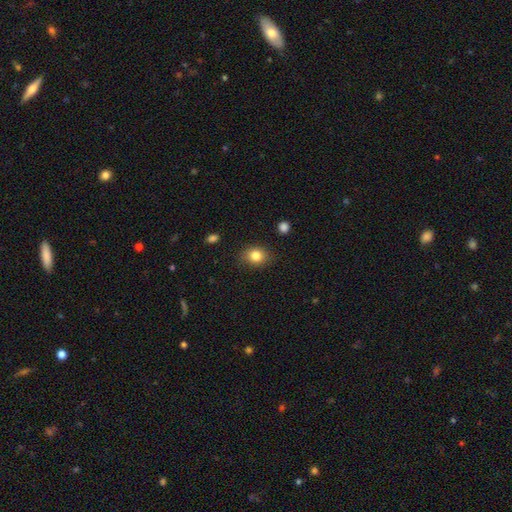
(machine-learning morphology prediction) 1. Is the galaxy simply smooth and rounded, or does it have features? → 82% smooth, 10% star or artifact, 8% featured or disk.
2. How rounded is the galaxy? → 53% round, 46% in between, 1% cigar-shaped.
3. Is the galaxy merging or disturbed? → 84% none, 12% minor disturbance, 3% major disturbance, 1% merger.